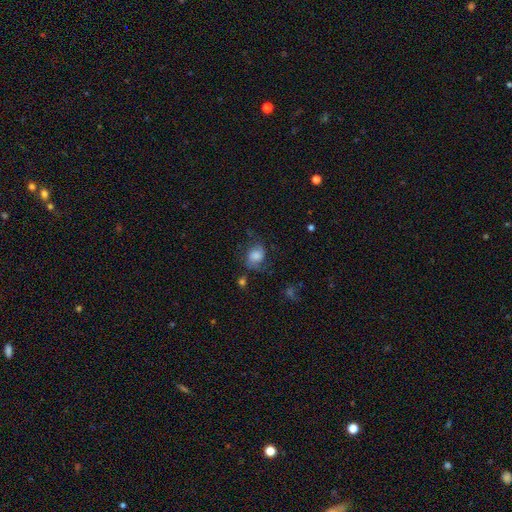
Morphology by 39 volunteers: smooth 69%, featured or disk 26%, star or artifact 5%. Down the decision tree: how rounded — round (67%); merging — none (49%).